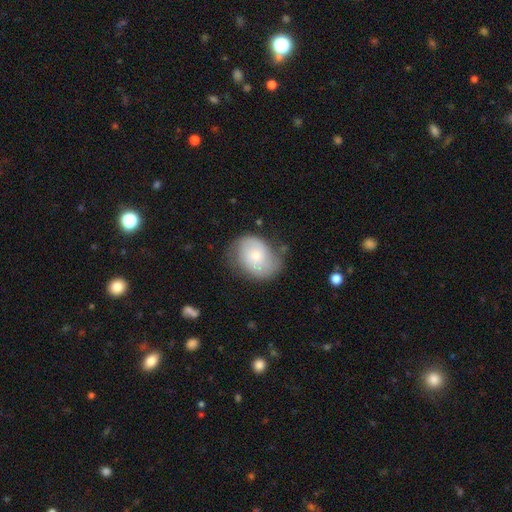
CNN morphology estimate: smooth_or_featured: smooth (p=0.49) [alt: featured or disk p=0.43]
merging: none (p=0.61) [alt: minor disturbance p=0.27]